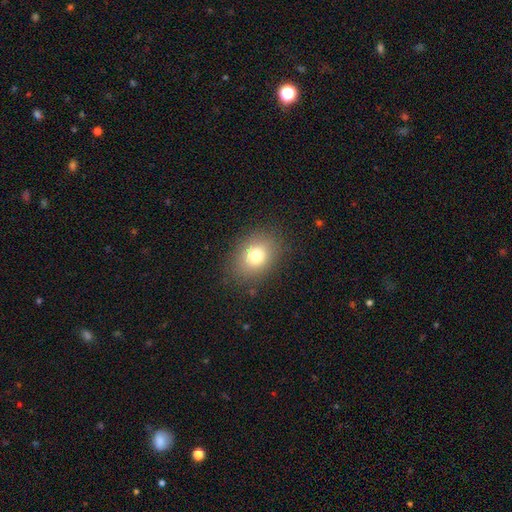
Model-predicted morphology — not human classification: This appears to be a smooth galaxy with no disk features (78%) that is in between round and cigar-shaped (62%). Merging: none (84%).